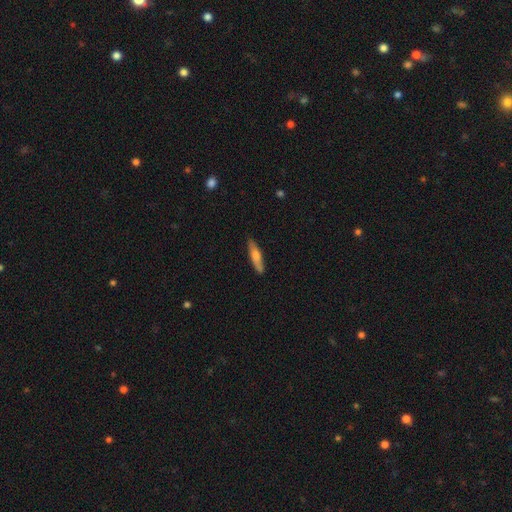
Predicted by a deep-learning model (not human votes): Smooth or featured? Predicted: smooth (p=0.55). How rounded? Predicted: cigar-shaped (p=0.85). Merging? Predicted: none (p=0.87).